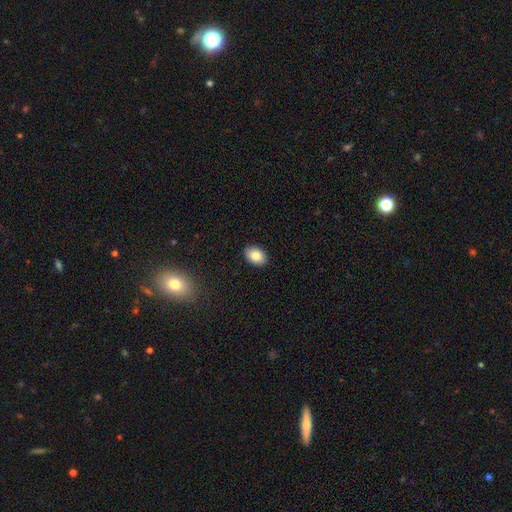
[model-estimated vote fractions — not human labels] Morphology: type=smooth (85%); roundness=in between (82%); merging=none (90%).